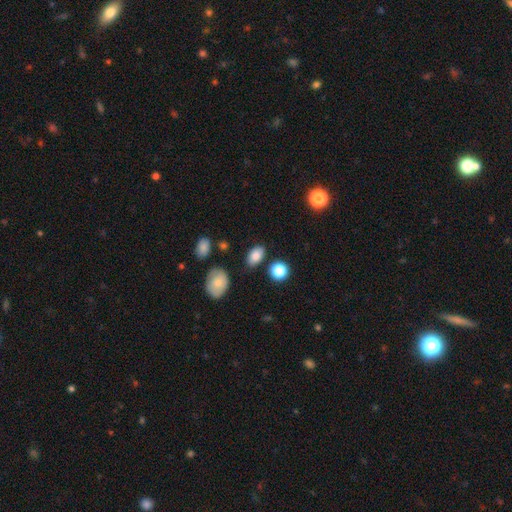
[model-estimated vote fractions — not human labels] This is clearly a smooth galaxy (83%). How rounded: clearly in between (87%). Merging: clearly none (81%).